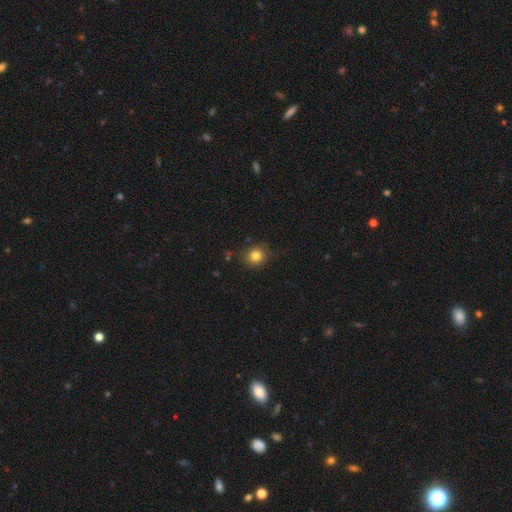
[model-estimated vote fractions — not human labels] Morphology: type=smooth (82%); roundness=round (80%); merging=none (83%).